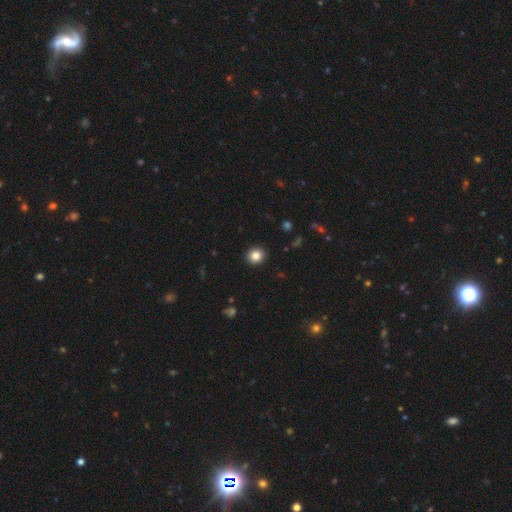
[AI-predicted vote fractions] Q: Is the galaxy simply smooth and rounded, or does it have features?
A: smooth — 84%.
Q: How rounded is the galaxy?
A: round — 85%.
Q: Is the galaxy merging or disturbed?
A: none — 92%.